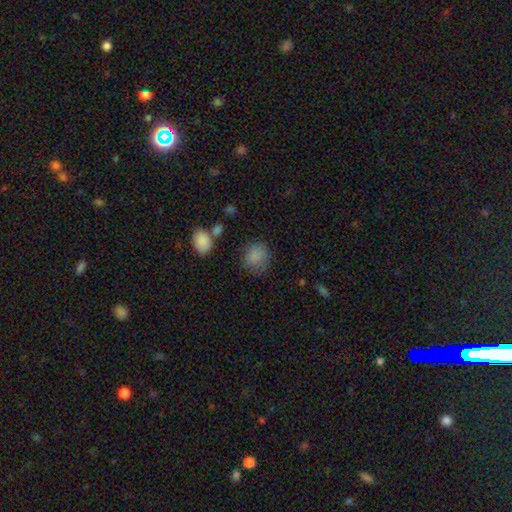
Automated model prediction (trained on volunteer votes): Q: Smooth or featured?
A: smooth (84%); runner-up: star or artifact (10%)
Q: How rounded?
A: round (69%); runner-up: in between (30%)
Q: Merging?
A: none (70%); runner-up: minor disturbance (19%)